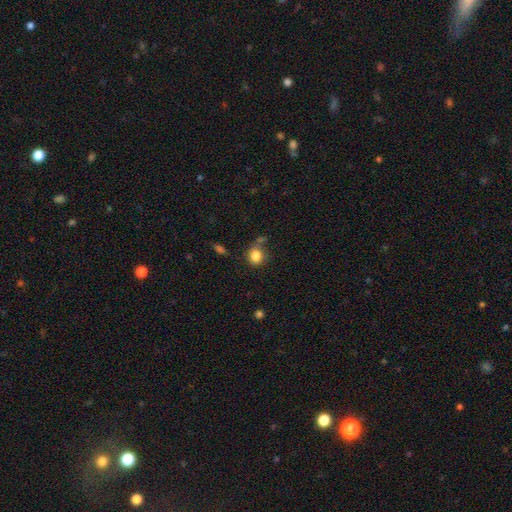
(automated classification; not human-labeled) This appears to be a smooth galaxy with no disk features (84%) that is round (78%). Merging: none (63%).